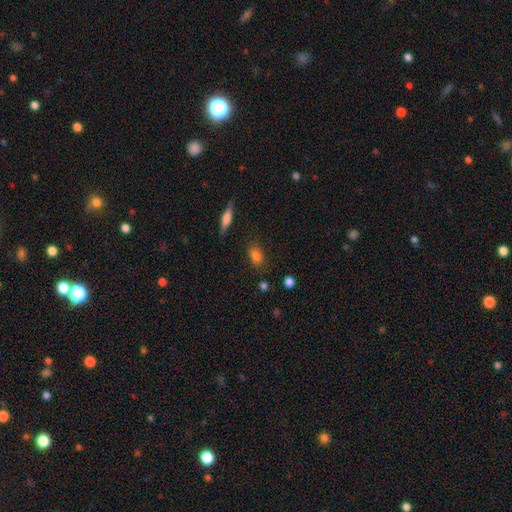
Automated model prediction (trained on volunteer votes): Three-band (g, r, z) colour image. It shows a smooth galaxy with no disk features (83%) that is in between round and cigar-shaped (81%). Merging: none (78%).